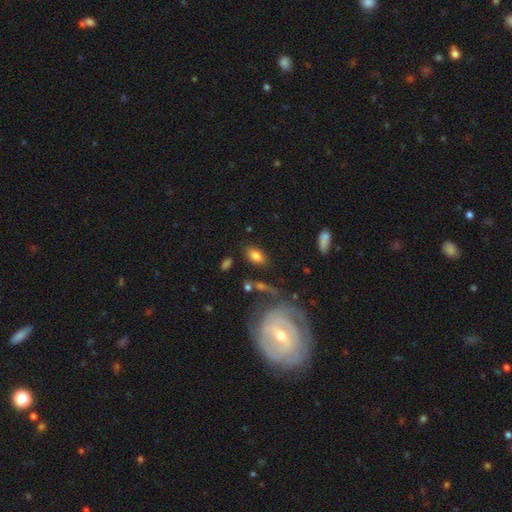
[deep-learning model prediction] This appears to be a smooth galaxy with no disk features (80%) that is in between round and cigar-shaped (90%). Merging: none (78%).